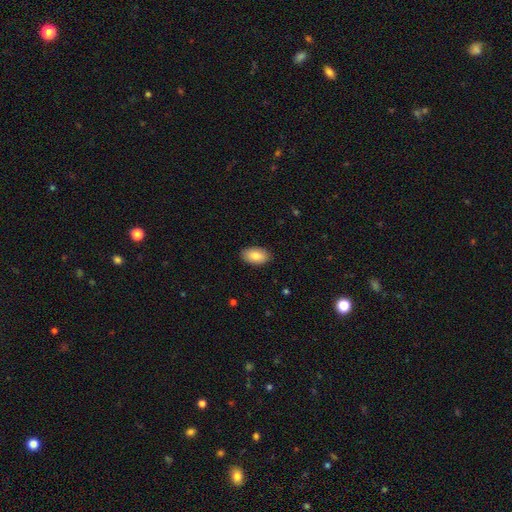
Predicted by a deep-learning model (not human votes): Smooth or featured?
  - smooth: 85% *
  - featured or disk: 8%
  - star or artifact: 6%
How rounded?
  - in between: 94% *
  - round: 4%
  - cigar-shaped: 1%
Merging?
  - none: 89% *
  - minor disturbance: 8%
  - major disturbance: 2%
  - merger: 1%